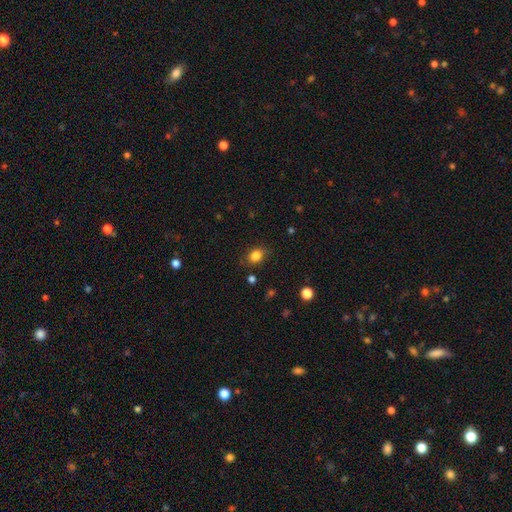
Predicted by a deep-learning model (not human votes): Morphology: type=smooth (83%); roundness=in between (53%); merging=none (80%).